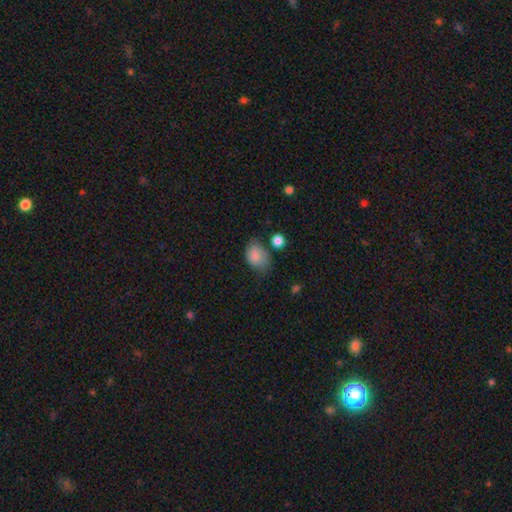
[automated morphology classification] Overall: smooth (82%). How rounded: in between (75%). Merging: none (56%; minor disturbance 30%).